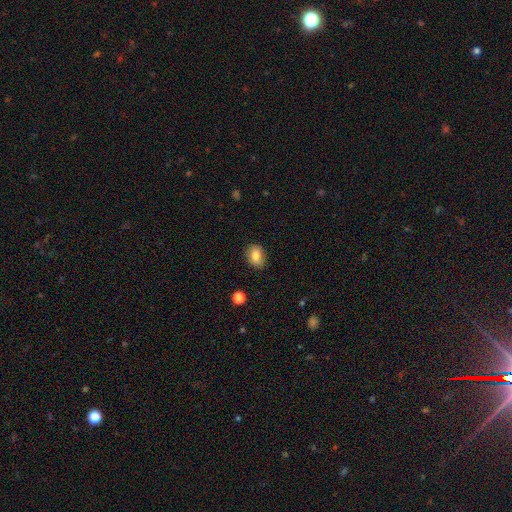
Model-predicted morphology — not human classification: type=smooth (79%); roundness=in between (60%); merging=none (83%).